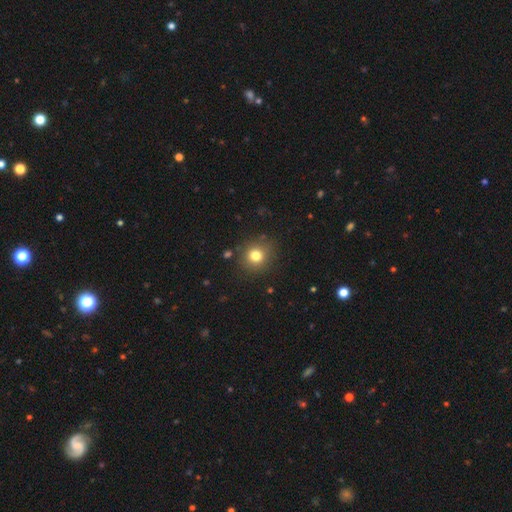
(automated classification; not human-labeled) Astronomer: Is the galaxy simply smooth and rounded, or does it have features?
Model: smooth — 78%.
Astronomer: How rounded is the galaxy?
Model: round — 88%.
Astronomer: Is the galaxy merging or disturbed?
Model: none — 86%.